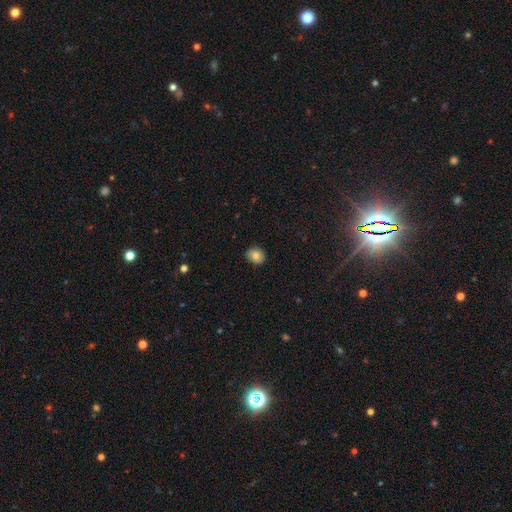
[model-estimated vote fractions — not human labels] Overall: smooth (77%). How rounded: round (65%; in between 34%). Merging: none (87%).